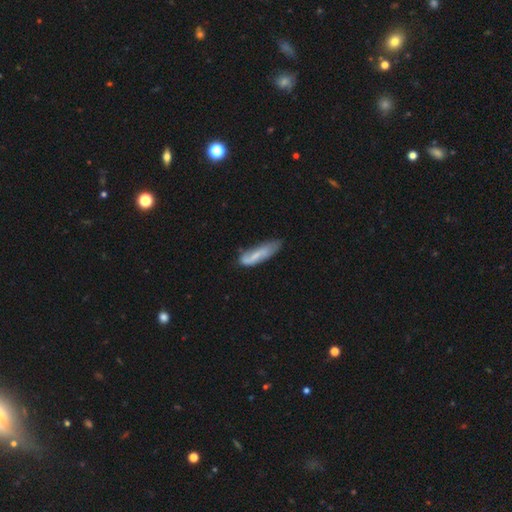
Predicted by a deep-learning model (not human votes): smooth_or_featured: smooth (p=0.57) [alt: featured or disk p=0.36]
how_rounded: cigar-shaped (p=0.55) [alt: in between p=0.43]
merging: none (p=0.47) [alt: minor disturbance p=0.35]